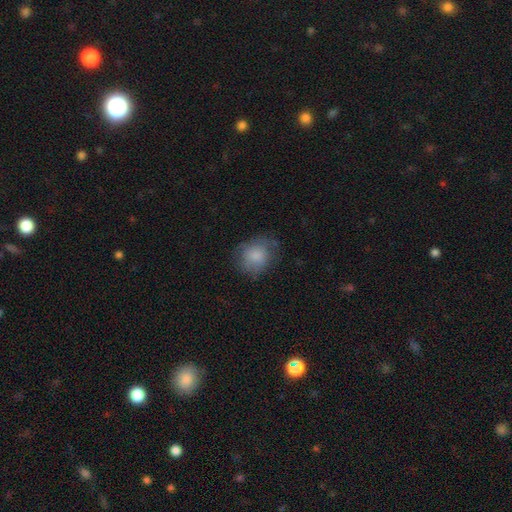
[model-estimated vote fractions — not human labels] A smooth galaxy with no disk features (79%) that is round (62%).

Vote fractions:
- Smooth or featured? smooth: 79% / featured or disk: 13% / star or artifact: 8%
- How rounded? round: 62% / in between: 37% / cigar-shaped: 1%
- Merging? none: 64% / minor disturbance: 25% / major disturbance: 10% / merger: 1%